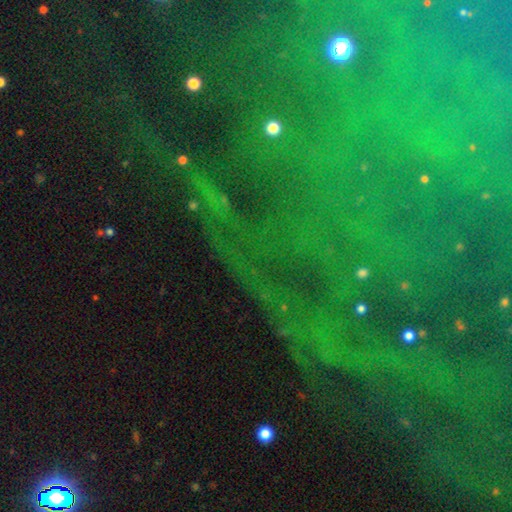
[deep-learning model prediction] Q: Smooth or featured?
A: star or artifact (82%); runner-up: featured or disk (10%)